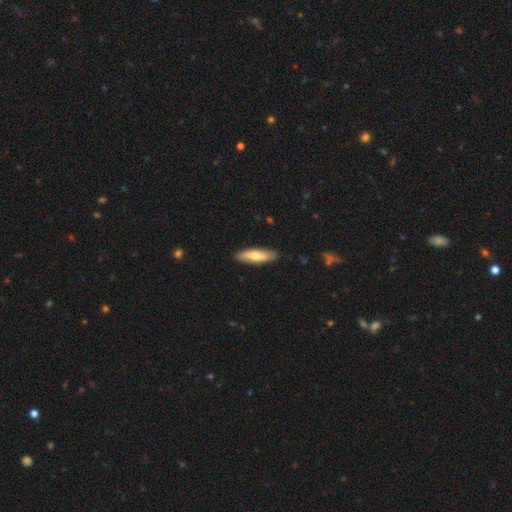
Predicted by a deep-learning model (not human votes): Overall: smooth (65%; featured or disk 30%). How rounded: cigar-shaped (59%; in between 39%). Merging: none (88%).